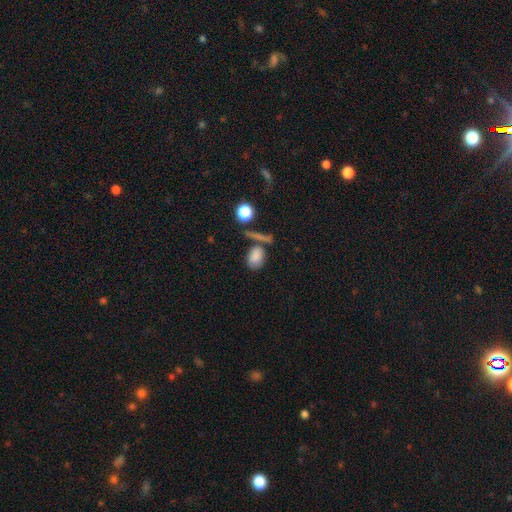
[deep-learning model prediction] Smooth or featured? smooth (81%)
How rounded? in between (74%)
Merging? none (51%)